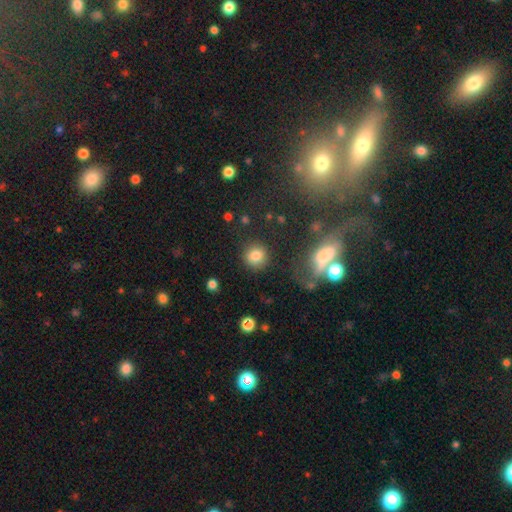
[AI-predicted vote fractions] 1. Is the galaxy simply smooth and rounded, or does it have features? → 81% smooth, 11% star or artifact, 8% featured or disk.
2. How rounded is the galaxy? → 88% round, 11% in between, 1% cigar-shaped.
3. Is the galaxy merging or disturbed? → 84% none, 8% minor disturbance, 4% major disturbance, 3% merger.